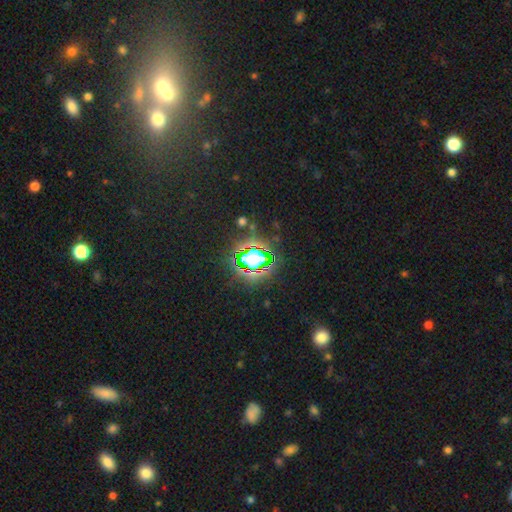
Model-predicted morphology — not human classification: A star or artifact, not a galaxy (71%).